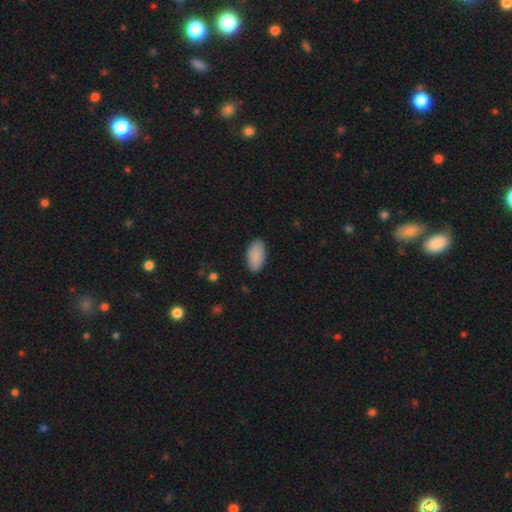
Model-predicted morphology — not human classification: Smooth or featured?
  - smooth: 89% *
  - star or artifact: 6%
  - featured or disk: 5%
How rounded?
  - in between: 95% *
  - cigar-shaped: 3%
  - round: 3%
Merging?
  - none: 86% *
  - minor disturbance: 10%
  - major disturbance: 2%
  - merger: 1%